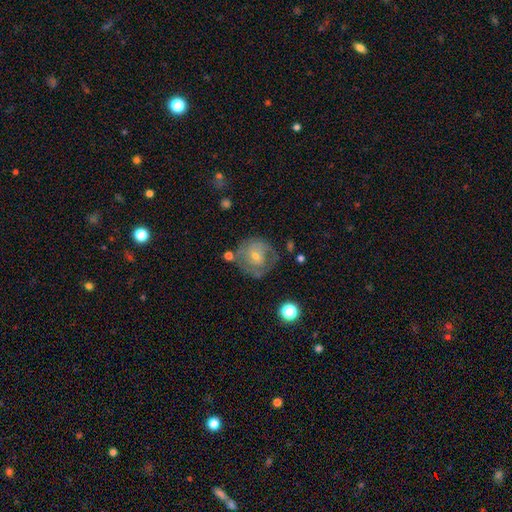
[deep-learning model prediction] Smooth or featured? featured or disk (59%)
Edge-on disk? no (97%)
Bar? no (66%)
Spiral arms? yes (64%)
Bulge size? small (59%)
Merging? none (60%)